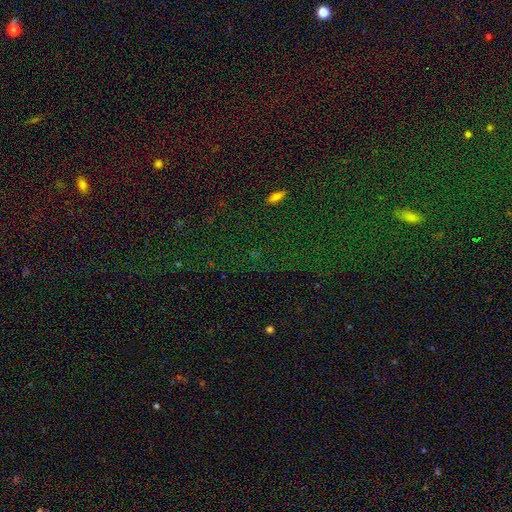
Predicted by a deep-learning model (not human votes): This is likely a star or artifact rather than a galaxy (66%).